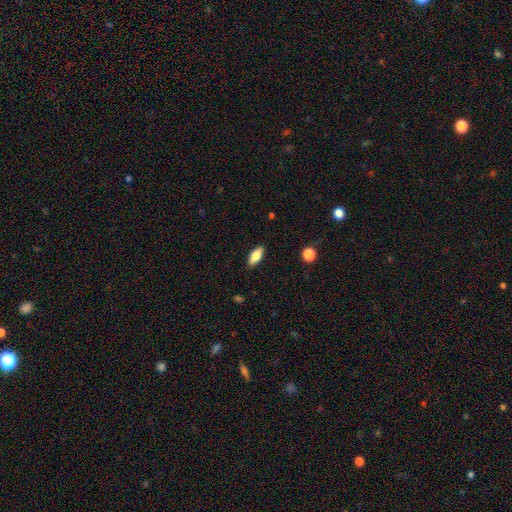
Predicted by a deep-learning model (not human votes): This appears to be a smooth galaxy with no disk features (78%) that is in between round and cigar-shaped (83%). Merging: none (88%).